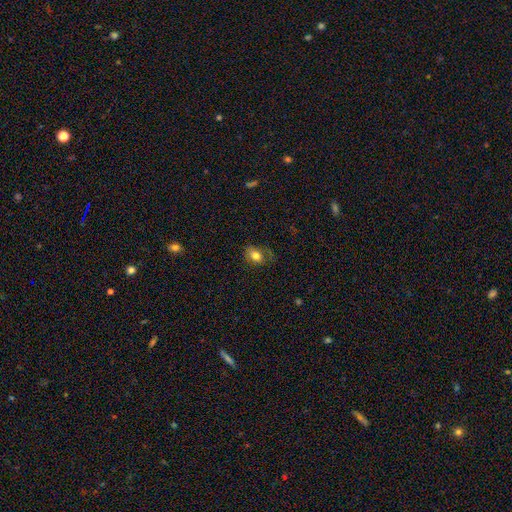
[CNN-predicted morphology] Q: Smooth or featured?
A: smooth (76%); runner-up: featured or disk (14%)
Q: How rounded?
A: in between (71%); runner-up: round (28%)
Q: Merging?
A: none (62%); runner-up: minor disturbance (24%)